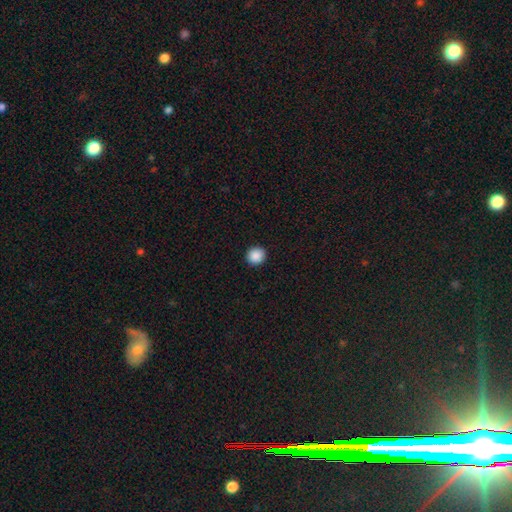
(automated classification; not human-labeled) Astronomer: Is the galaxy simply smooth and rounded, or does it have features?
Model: smooth — 89%.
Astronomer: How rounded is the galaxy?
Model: round — 92%.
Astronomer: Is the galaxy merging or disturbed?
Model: none — 93%.